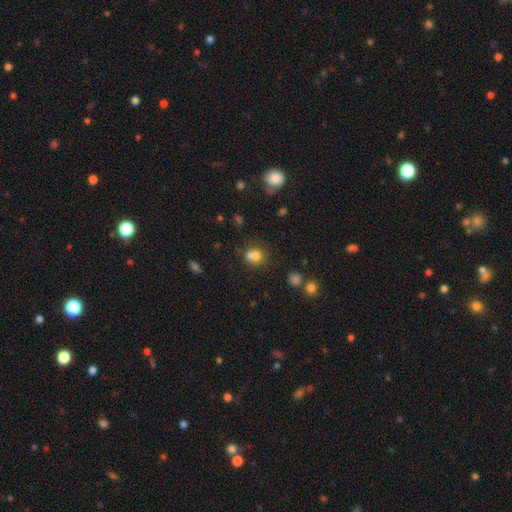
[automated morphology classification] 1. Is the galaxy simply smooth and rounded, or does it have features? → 73% smooth, 14% star or artifact, 13% featured or disk.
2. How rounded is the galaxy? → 64% round, 35% in between, 1% cigar-shaped.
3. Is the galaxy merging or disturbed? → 48% merger, 37% none, 10% minor disturbance, 5% major disturbance.